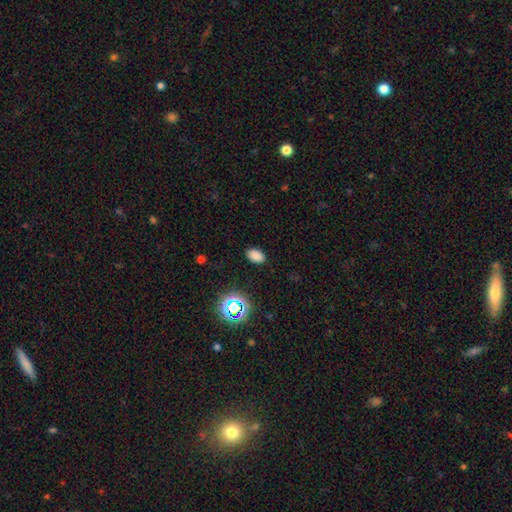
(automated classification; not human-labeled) Morphology: type=smooth (79%); roundness=in between (90%); merging=none (88%).